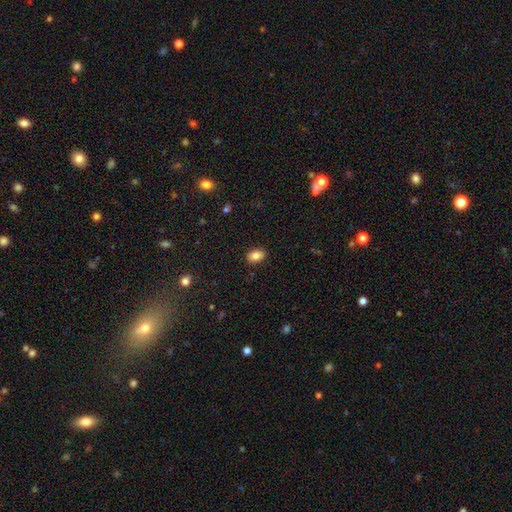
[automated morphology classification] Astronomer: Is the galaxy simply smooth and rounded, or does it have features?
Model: smooth — 84%.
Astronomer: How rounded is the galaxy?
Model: in between — 84%.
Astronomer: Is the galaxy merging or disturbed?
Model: none — 88%.